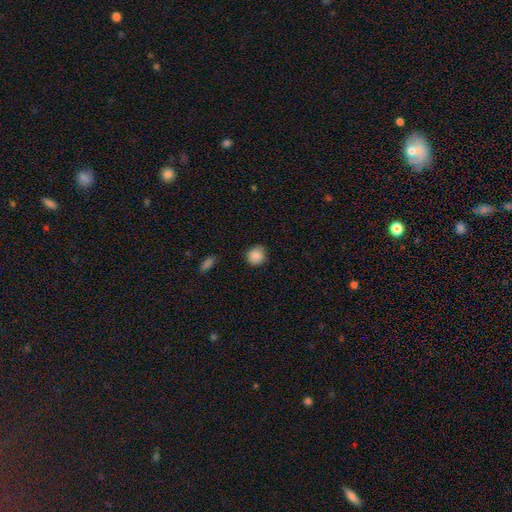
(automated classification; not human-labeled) Morphology: type=smooth (88%); roundness=round (85%); merging=none (84%).